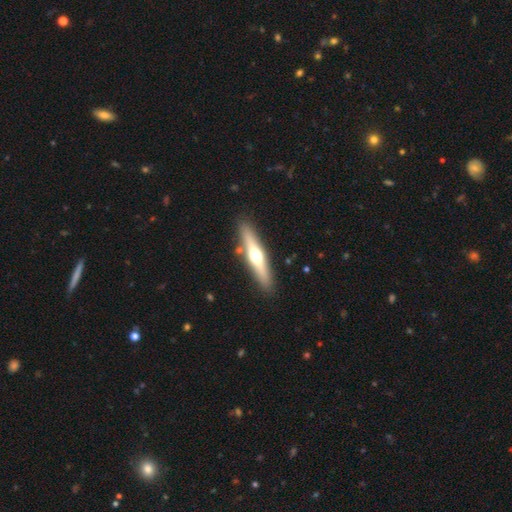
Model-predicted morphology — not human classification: Smooth or featured: featured or disk — 58% (smooth — 37%)
Edge-on disk: yes — 94% (no — 6%)
Edge-on bulge: rounded — 93% (none — 4%)
Merging: none — 87% (minor disturbance — 8%)